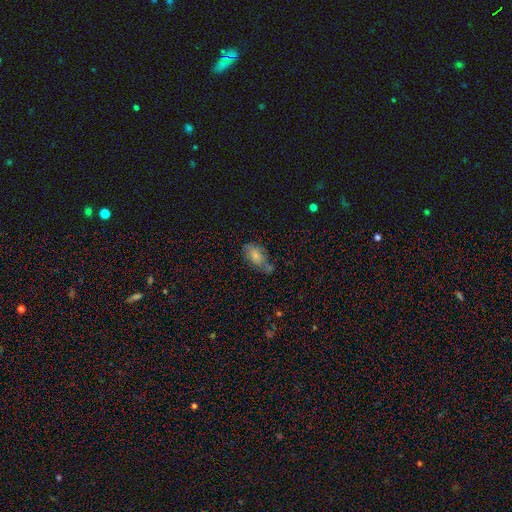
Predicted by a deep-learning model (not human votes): smooth_or_featured: smooth (p=0.74) [alt: featured or disk p=0.17]
how_rounded: in between (p=0.89) [alt: round p=0.07]
merging: none (p=0.50) [alt: minor disturbance p=0.26]